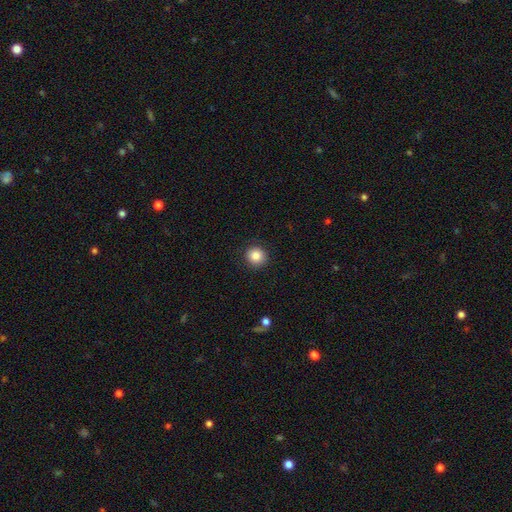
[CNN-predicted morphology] Smooth or featured? smooth (85%)
How rounded? round (93%)
Merging? none (91%)